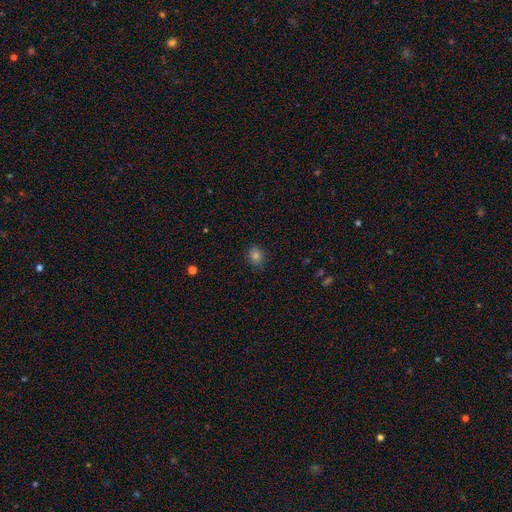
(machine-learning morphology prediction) This appears to be a smooth galaxy with no disk features (78%) that is round (63%). Merging: none (85%).